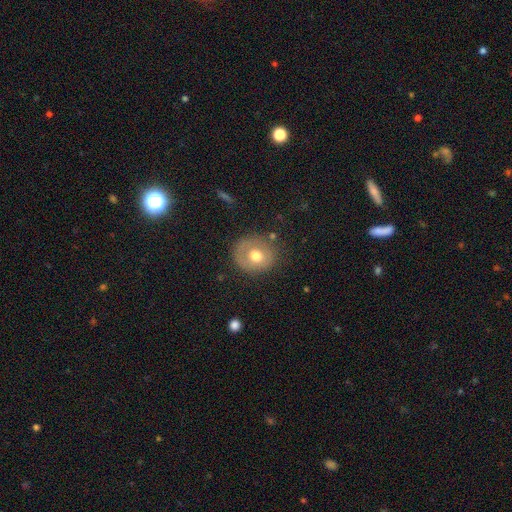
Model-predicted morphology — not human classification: Smooth or featured: smooth — 61% (featured or disk — 30%)
How rounded: round — 83% (in between — 16%)
Merging: none — 75% (minor disturbance — 16%)